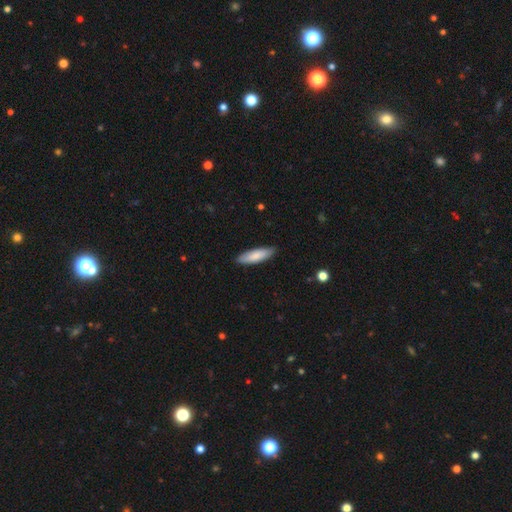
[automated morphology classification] Q: Smooth or featured?
A: smooth (84%); runner-up: featured or disk (11%)
Q: How rounded?
A: cigar-shaped (57%); runner-up: in between (42%)
Q: Merging?
A: none (87%); runner-up: minor disturbance (11%)